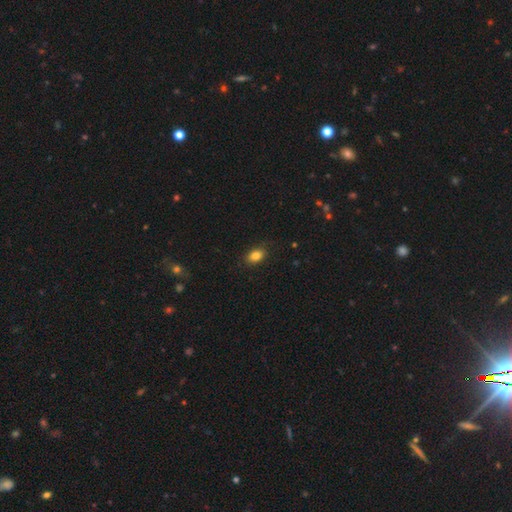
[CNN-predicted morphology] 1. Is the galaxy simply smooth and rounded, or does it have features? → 84% smooth, 9% star or artifact, 7% featured or disk.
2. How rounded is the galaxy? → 84% in between, 14% round, 2% cigar-shaped.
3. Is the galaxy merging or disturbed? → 85% none, 12% minor disturbance, 3% major disturbance, 1% merger.